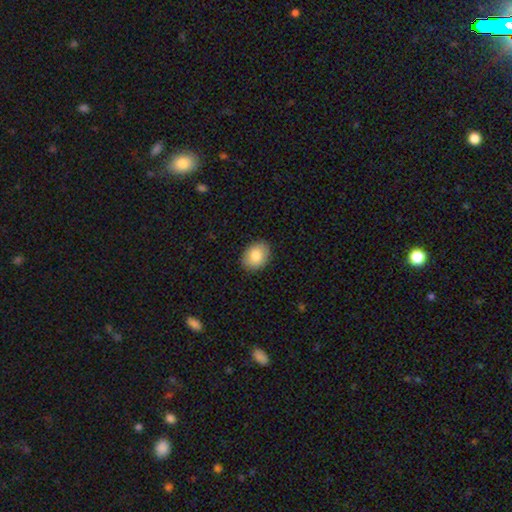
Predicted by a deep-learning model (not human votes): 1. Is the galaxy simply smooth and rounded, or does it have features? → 83% smooth, 10% featured or disk, 7% star or artifact.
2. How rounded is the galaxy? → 65% in between, 34% round, 1% cigar-shaped.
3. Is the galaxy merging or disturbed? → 89% none, 8% minor disturbance, 2% major disturbance, 1% merger.